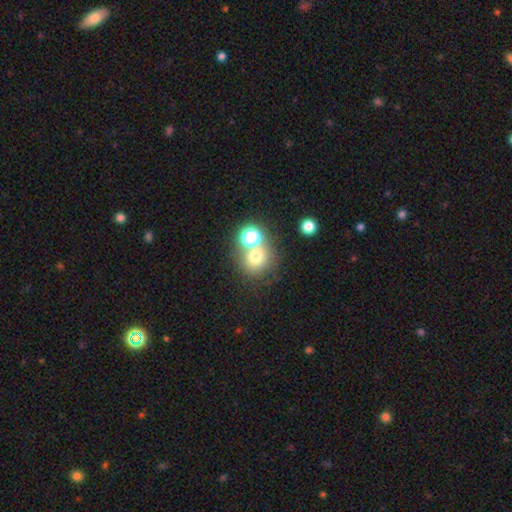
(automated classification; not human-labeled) A smooth galaxy with no disk features (68%) that is round (84%). Merging: none (56%).